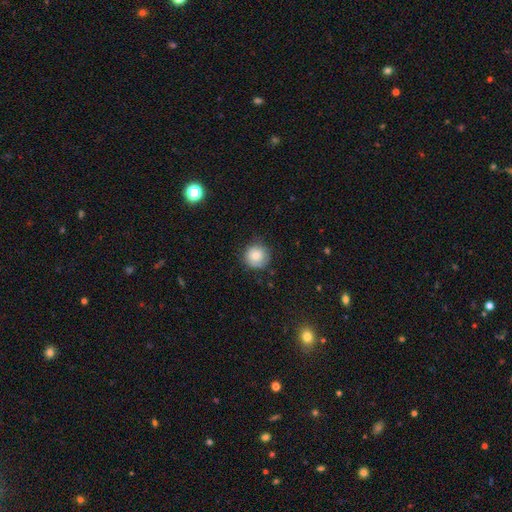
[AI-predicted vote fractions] Overall: smooth (80%). How rounded: round (92%). Merging: none (74%).